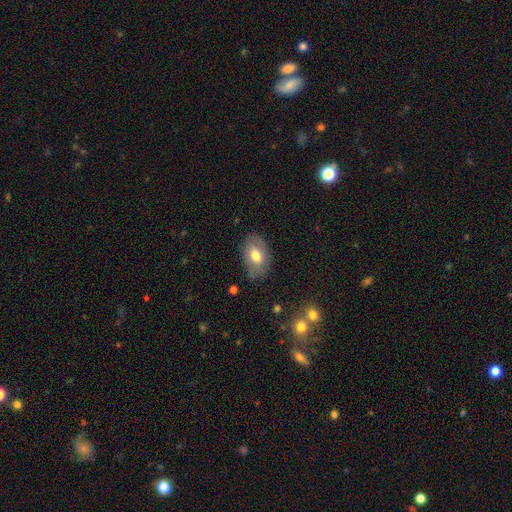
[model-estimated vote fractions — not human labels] Q: Smooth or featured?
A: smooth (70%); runner-up: featured or disk (23%)
Q: How rounded?
A: in between (89%); runner-up: round (10%)
Q: Merging?
A: none (77%); runner-up: minor disturbance (17%)